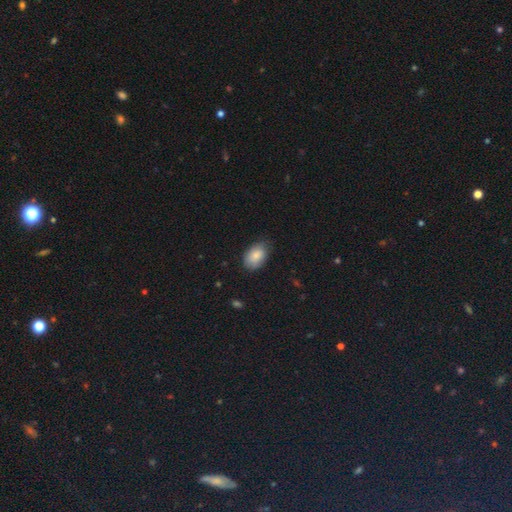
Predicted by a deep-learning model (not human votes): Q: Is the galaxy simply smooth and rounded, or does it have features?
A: smooth — 85%.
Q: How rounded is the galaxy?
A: in between — 89%.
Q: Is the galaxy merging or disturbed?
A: none — 72%.